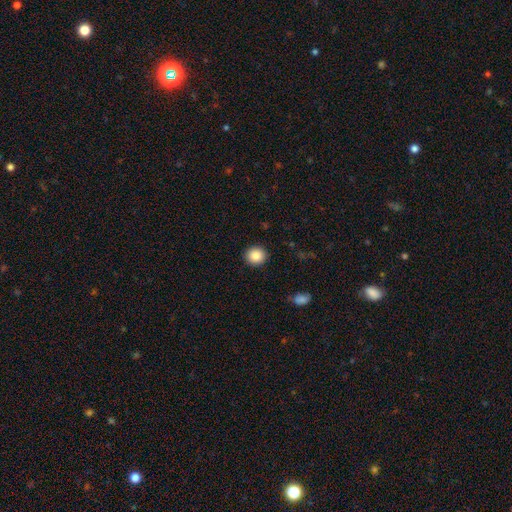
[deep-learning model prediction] smooth 88%, star or artifact 9%, featured or disk 4%. Down the decision tree: how rounded — round (87%); merging — none (92%).